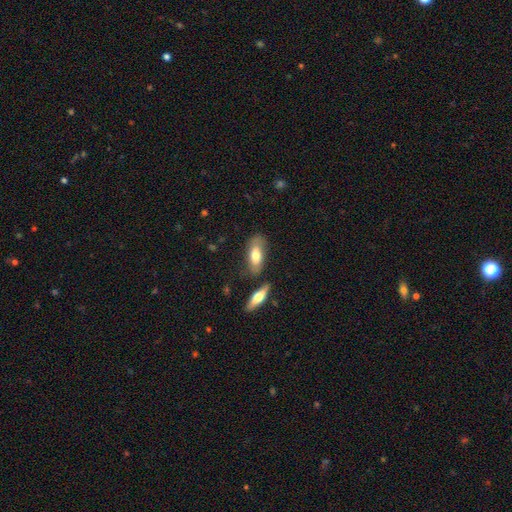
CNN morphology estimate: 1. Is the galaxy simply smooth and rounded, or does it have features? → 69% smooth, 25% featured or disk, 6% star or artifact.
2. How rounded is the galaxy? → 76% in between, 21% cigar-shaped, 2% round.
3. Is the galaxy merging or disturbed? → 70% none, 17% minor disturbance, 8% merger, 5% major disturbance.